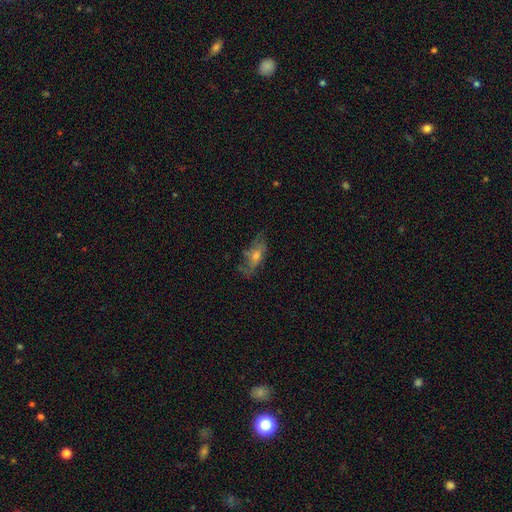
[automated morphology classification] type=featured or disk (55%); edge-on=no (80%); merging=none (60%).